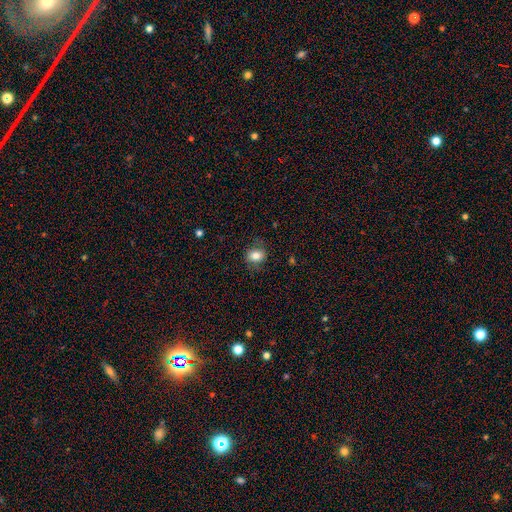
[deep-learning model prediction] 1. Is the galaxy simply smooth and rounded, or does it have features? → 80% smooth, 11% featured or disk, 10% star or artifact.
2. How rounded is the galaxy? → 52% round, 47% in between, 1% cigar-shaped.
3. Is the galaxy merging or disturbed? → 76% none, 17% minor disturbance, 6% major disturbance, 1% merger.